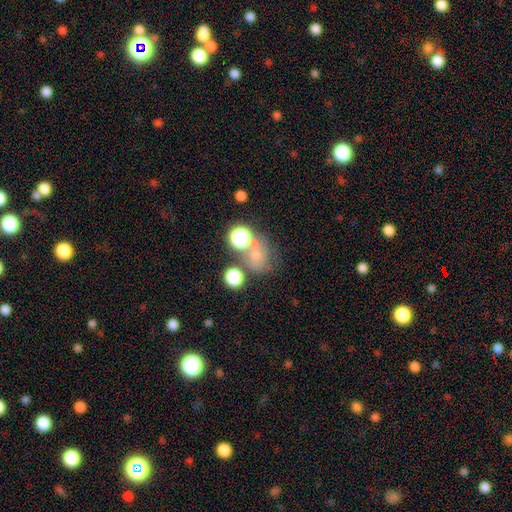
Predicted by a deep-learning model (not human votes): A smooth galaxy with no disk features (61%) that is round (72%). Merging: none (46%).